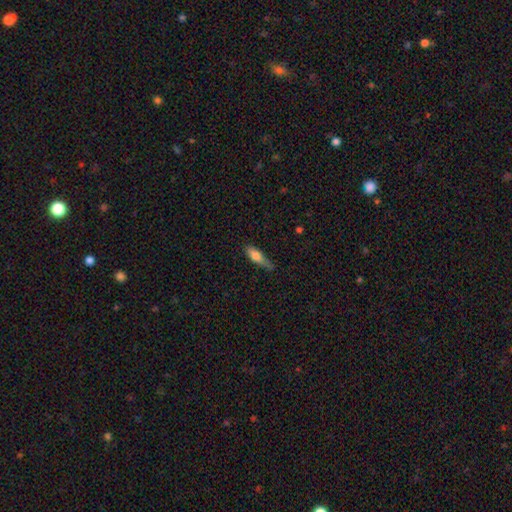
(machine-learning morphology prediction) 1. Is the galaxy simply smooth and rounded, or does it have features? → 69% smooth, 24% featured or disk, 7% star or artifact.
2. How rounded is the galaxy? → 57% cigar-shaped, 41% in between, 3% round.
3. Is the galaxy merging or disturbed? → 52% none, 36% minor disturbance, 10% major disturbance, 3% merger.